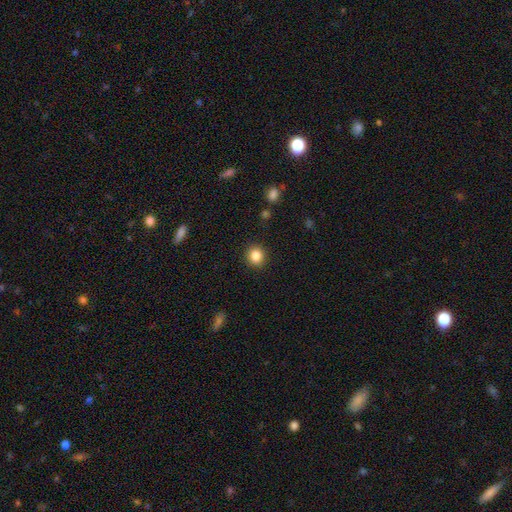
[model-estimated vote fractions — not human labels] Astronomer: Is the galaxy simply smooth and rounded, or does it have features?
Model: smooth — 85%.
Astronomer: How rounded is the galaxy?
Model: round — 85%.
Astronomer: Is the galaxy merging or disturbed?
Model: none — 91%.